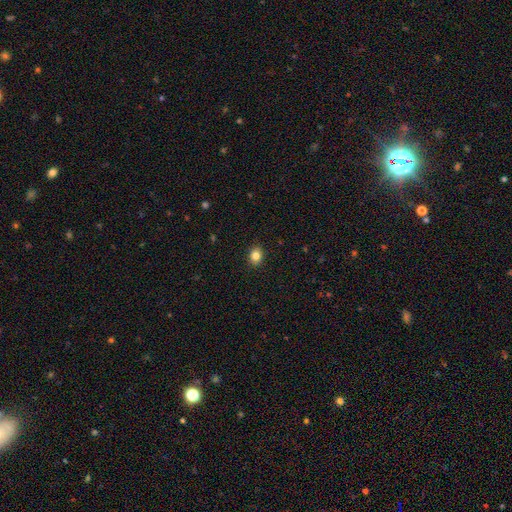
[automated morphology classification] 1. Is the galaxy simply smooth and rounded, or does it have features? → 83% smooth, 11% star or artifact, 7% featured or disk.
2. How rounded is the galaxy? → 51% in between, 48% round, 1% cigar-shaped.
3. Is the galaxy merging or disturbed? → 90% none, 7% minor disturbance, 2% major disturbance, 1% merger.